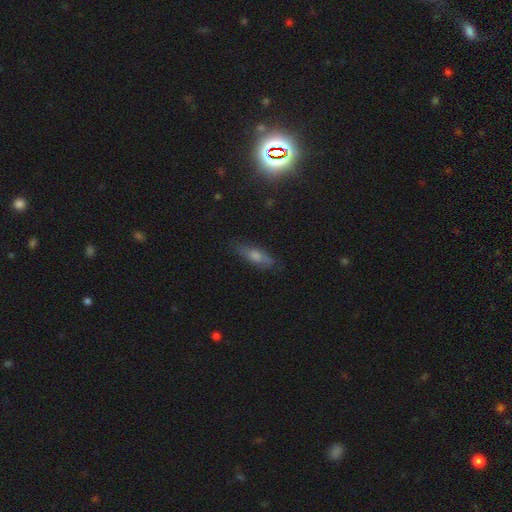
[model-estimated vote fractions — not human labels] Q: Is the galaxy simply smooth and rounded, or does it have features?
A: smooth — 48%.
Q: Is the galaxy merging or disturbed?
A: none — 80%.